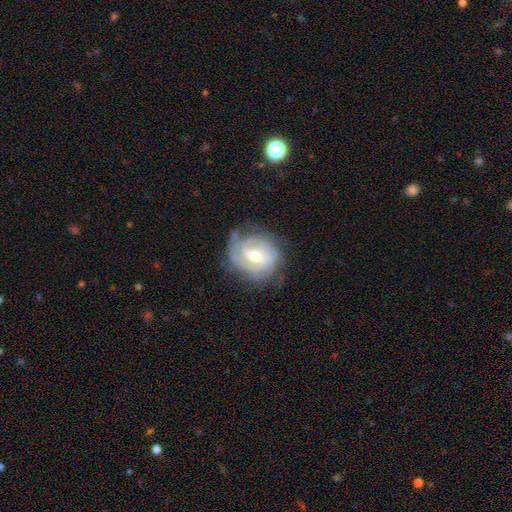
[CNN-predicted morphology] smooth_or_featured: featured or disk (p=0.88) [alt: smooth p=0.07]
disk_edge_on: no (p=0.97) [alt: yes p=0.03]
bar: weak (p=0.53) [alt: strong p=0.30]
has_spiral_arms: yes (p=0.97) [alt: no p=0.03]
spiral_winding: tight (p=0.73) [alt: medium p=0.23]
spiral_arm_count: 2 (p=0.34) [alt: 3 p=0.27]
bulge_size: moderate (p=0.62) [alt: small p=0.33]
merging: none (p=0.73) [alt: minor disturbance p=0.19]